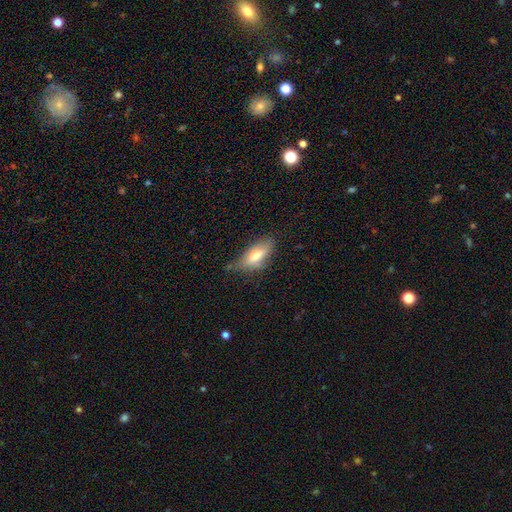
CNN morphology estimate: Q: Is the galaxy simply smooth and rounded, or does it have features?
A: smooth — 67%.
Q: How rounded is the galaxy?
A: in between — 77%.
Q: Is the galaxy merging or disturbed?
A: none — 59%.